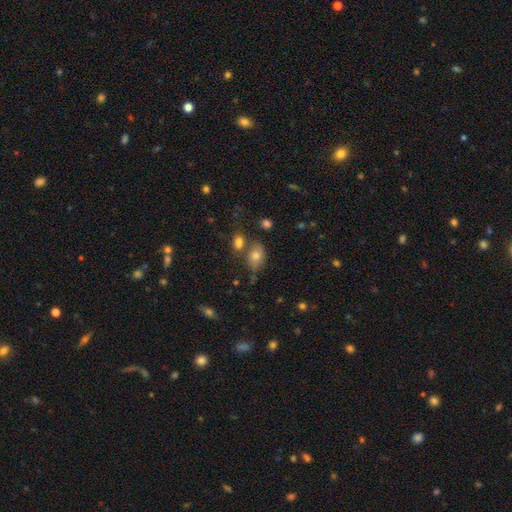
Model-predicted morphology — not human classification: smooth_or_featured: smooth (p=0.75) [alt: featured or disk p=0.14]
how_rounded: in between (p=0.77) [alt: round p=0.21]
merging: none (p=0.55) [alt: minor disturbance p=0.20]